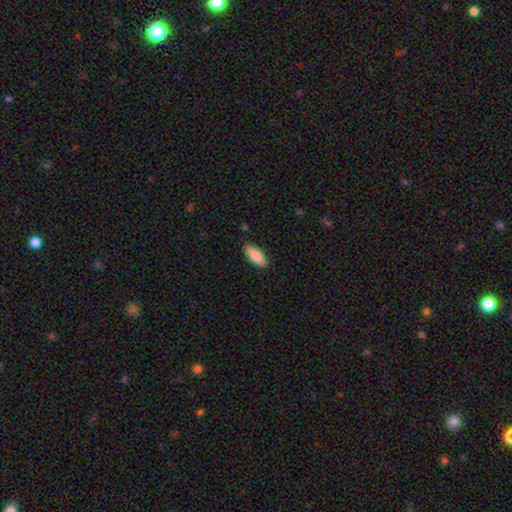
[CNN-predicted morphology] Overall: smooth (86%). How rounded: in between (76%). Merging: none (87%).